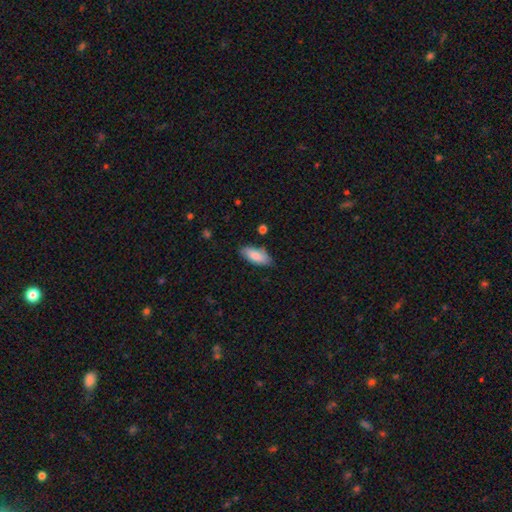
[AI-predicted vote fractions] Smooth or featured? Predicted: smooth (p=0.84). How rounded? Predicted: in between (p=0.85). Merging? Predicted: none (p=0.78).